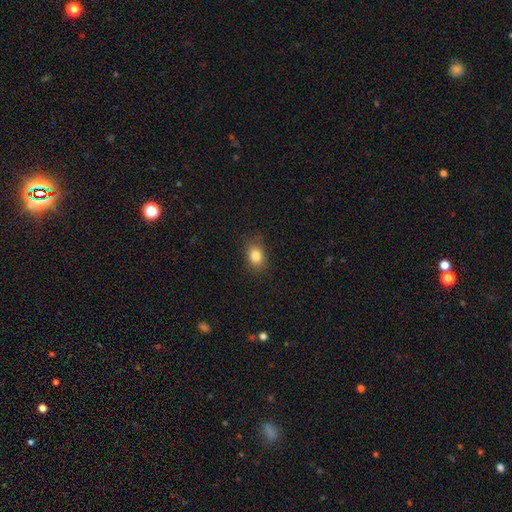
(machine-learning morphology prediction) smooth 83%, star or artifact 10%, featured or disk 7%. Down the decision tree: how rounded — in between (69%); merging — none (82%).